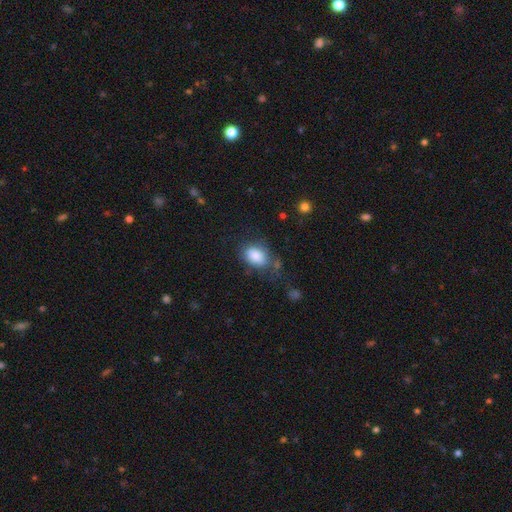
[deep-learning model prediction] Smooth or featured?
  - smooth: 85% *
  - star or artifact: 8%
  - featured or disk: 7%
How rounded?
  - in between: 80% *
  - round: 19%
  - cigar-shaped: 1%
Merging?
  - none: 65% *
  - minor disturbance: 20%
  - major disturbance: 10%
  - merger: 5%